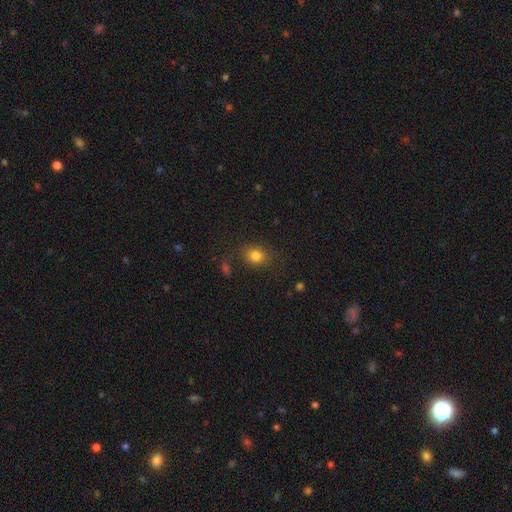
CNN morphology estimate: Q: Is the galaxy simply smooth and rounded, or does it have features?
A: smooth — 81%.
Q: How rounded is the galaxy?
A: round — 55%.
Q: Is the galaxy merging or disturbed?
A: none — 78%.